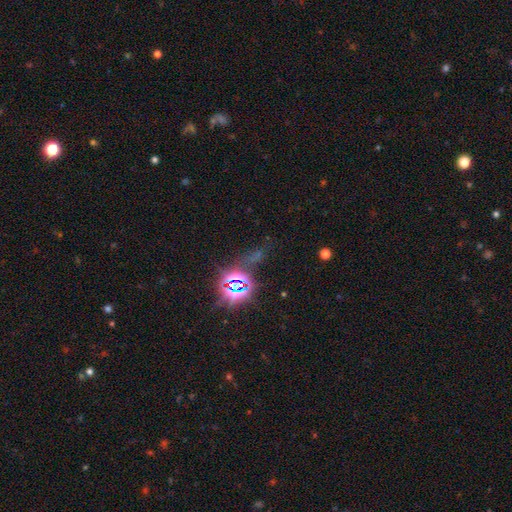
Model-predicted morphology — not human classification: Smooth or featured? Predicted: star or artifact (p=0.81).